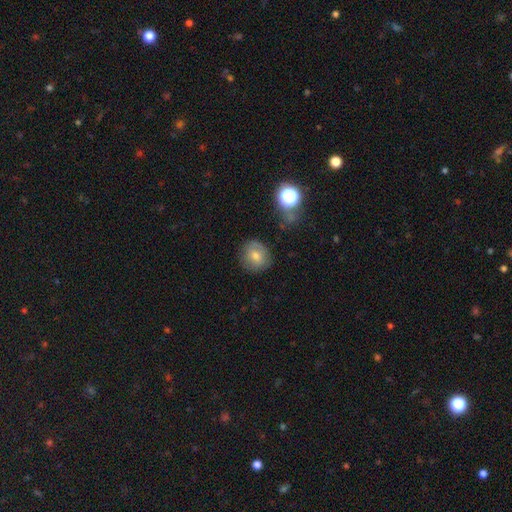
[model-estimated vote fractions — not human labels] smooth-or-featured: smooth: 66% | featured or disk: 20% | star or artifact: 15%
  how-rounded: round: 84% | in between: 14% | cigar-shaped: 1%
  merging: none: 78% | minor disturbance: 15% | major disturbance: 5% | merger: 2%